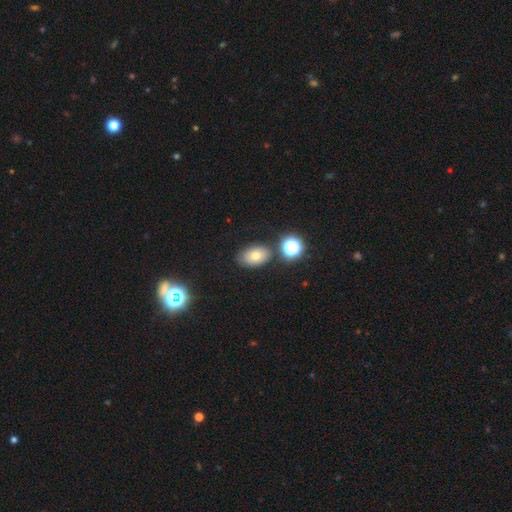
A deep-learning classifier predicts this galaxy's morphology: Smooth or featured?
  - smooth: 69% *
  - star or artifact: 17%
  - featured or disk: 14%
How rounded?
  - in between: 84% *
  - round: 15%
  - cigar-shaped: 1%
Merging?
  - none: 78% *
  - minor disturbance: 12%
  - merger: 7%
  - major disturbance: 3%